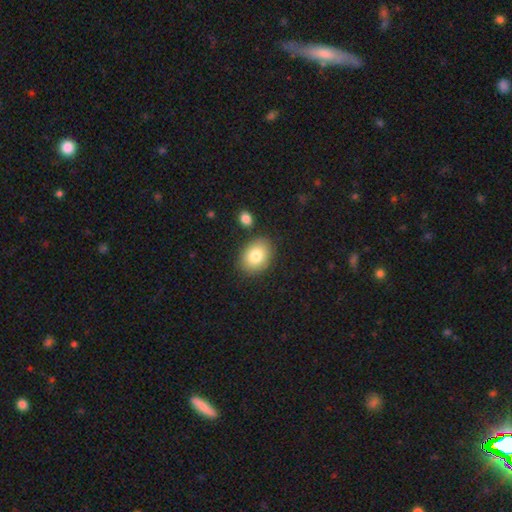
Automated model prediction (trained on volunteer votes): Smooth or featured: smooth — 81% (featured or disk — 10%)
How rounded: in between — 67% (round — 32%)
Merging: none — 83% (minor disturbance — 10%)